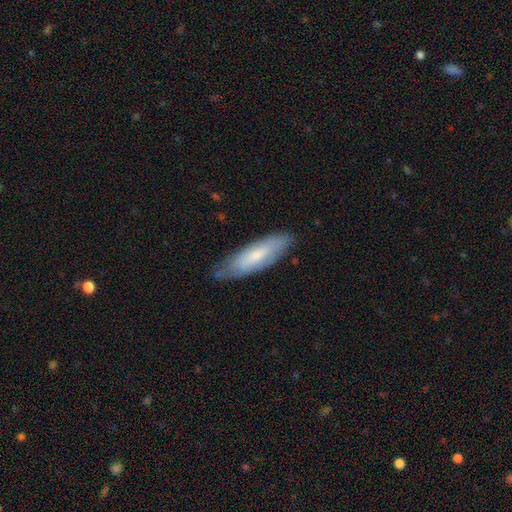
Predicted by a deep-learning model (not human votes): smooth-or-featured: smooth: 61% | featured or disk: 32% | star or artifact: 6%
  how-rounded: cigar-shaped: 54% | in between: 45% | round: 1%
  merging: none: 73% | minor disturbance: 22% | major disturbance: 4% | merger: 1%